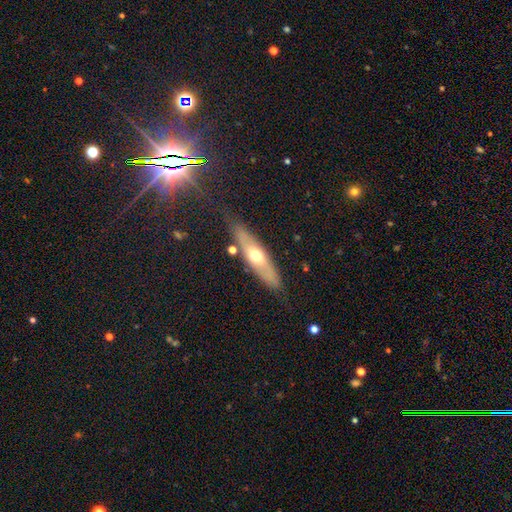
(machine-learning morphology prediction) A featured or disk galaxy (49%). Merging: none (78%).